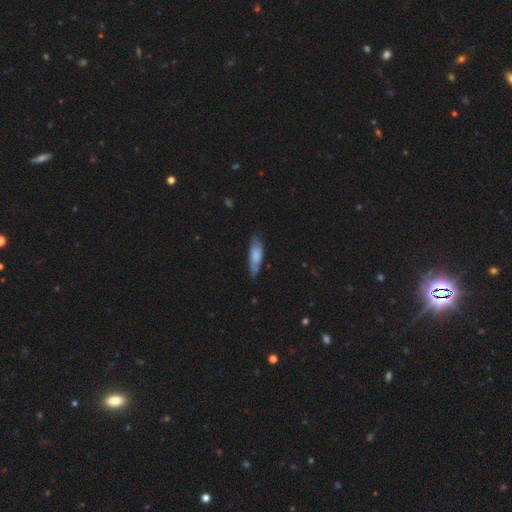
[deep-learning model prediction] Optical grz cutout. It shows a smooth galaxy with no disk features (72%) that is in between round and cigar-shaped (53%). Merging: none (64%).